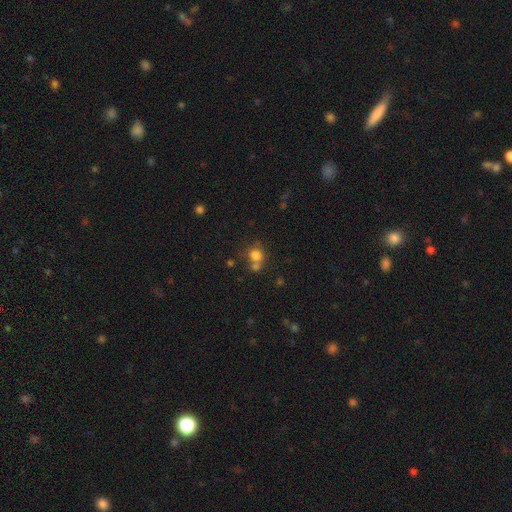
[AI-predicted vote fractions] The model was most divided on "merging": none: 51%, merger: 32%, minor disturbance: 11%, major disturbance: 6%. More confident: how rounded — round (78%); smooth or featured — smooth (77%).